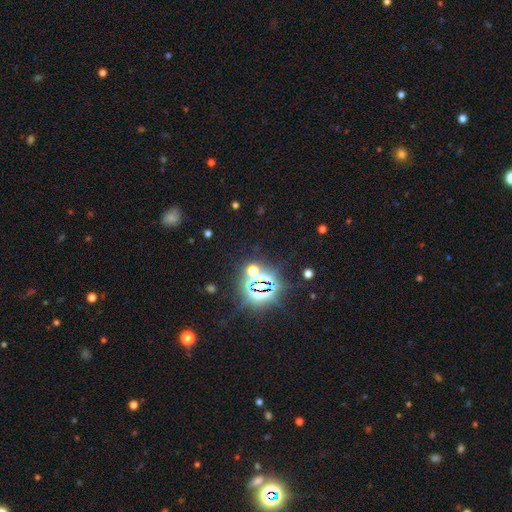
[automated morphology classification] This is clearly a star or artifact rather than a galaxy (82%).